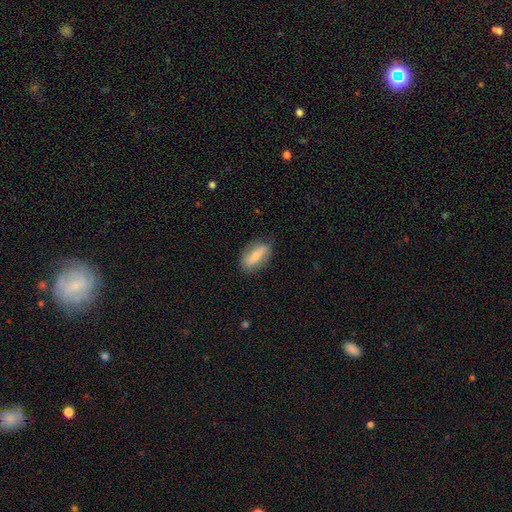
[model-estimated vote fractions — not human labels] This appears to be a smooth galaxy with no disk features (62%) that is in between round and cigar-shaped (79%). Merging: none (82%).